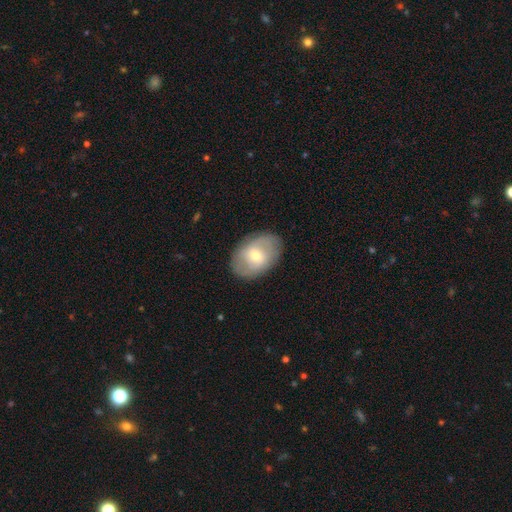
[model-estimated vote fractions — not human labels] Q: Smooth or featured?
A: smooth (50%); runner-up: featured or disk (43%)
Q: How rounded?
A: in between (80%); runner-up: round (19%)
Q: Merging?
A: none (84%); runner-up: minor disturbance (11%)